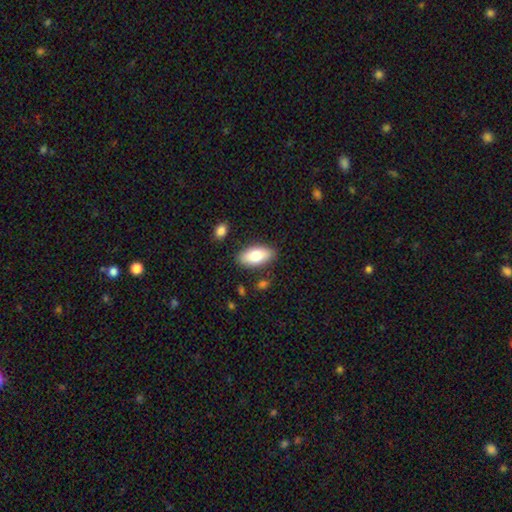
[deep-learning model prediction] Q: Smooth or featured?
A: smooth (78%); runner-up: featured or disk (16%)
Q: How rounded?
A: in between (88%); runner-up: cigar-shaped (10%)
Q: Merging?
A: none (85%); runner-up: minor disturbance (10%)